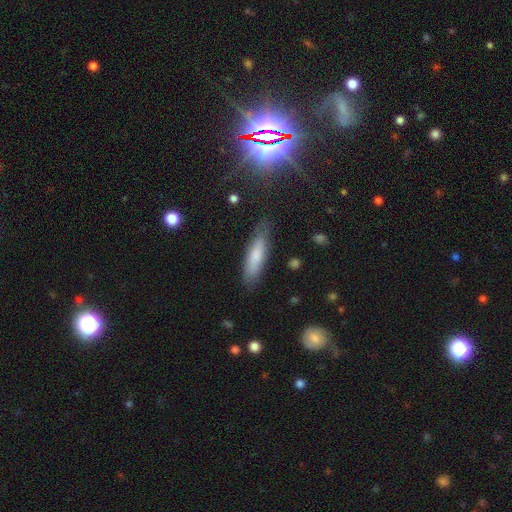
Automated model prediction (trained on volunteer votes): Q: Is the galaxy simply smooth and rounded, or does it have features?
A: smooth — 69%.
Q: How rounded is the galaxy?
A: cigar-shaped — 72%.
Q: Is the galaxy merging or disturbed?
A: none — 80%.